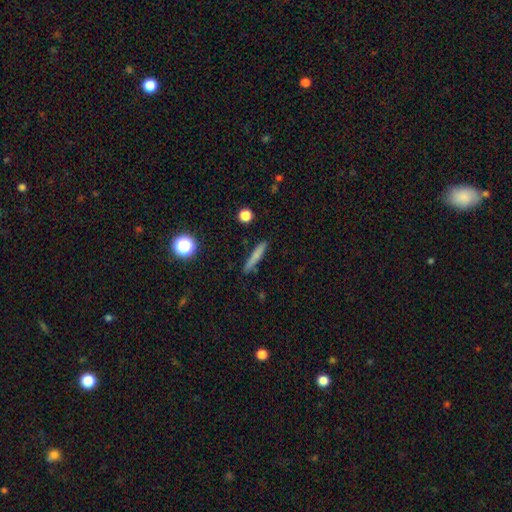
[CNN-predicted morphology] Smooth or featured?
  - smooth: 71% *
  - featured or disk: 20%
  - star or artifact: 9%
How rounded?
  - cigar-shaped: 91% *
  - in between: 6%
  - round: 3%
Merging?
  - none: 85% *
  - minor disturbance: 11%
  - major disturbance: 2%
  - merger: 2%